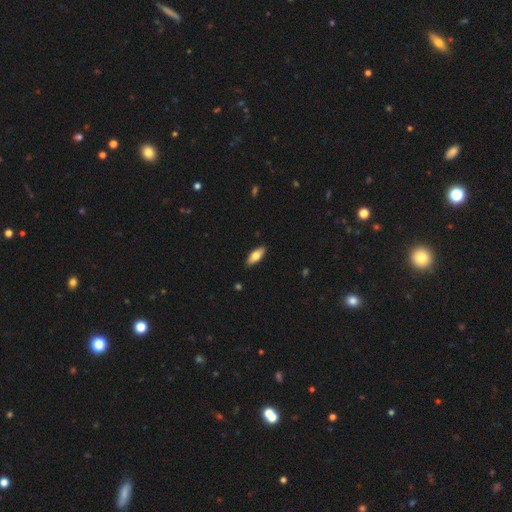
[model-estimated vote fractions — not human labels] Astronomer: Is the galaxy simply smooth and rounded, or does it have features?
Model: smooth — 73%.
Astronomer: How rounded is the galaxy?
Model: in between — 79%.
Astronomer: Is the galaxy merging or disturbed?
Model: none — 90%.